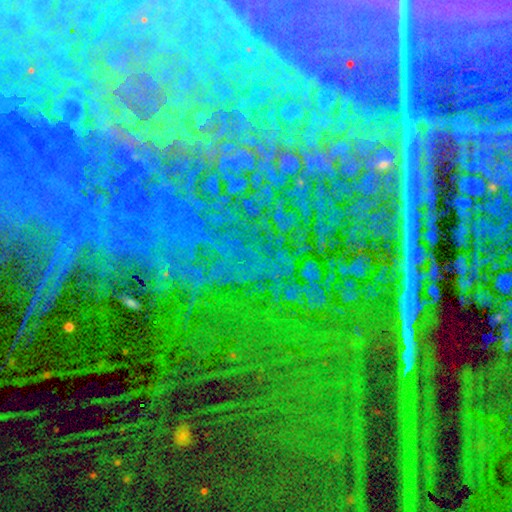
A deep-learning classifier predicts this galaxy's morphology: Smooth or featured? star or artifact (86%)